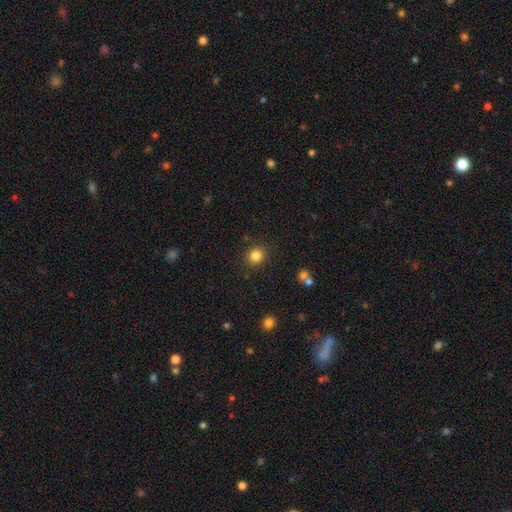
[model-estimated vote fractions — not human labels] The model was most divided on "how rounded": round: 82%, in between: 17%, cigar-shaped: 1%. More confident: merging — none (87%); smooth or featured — smooth (84%).